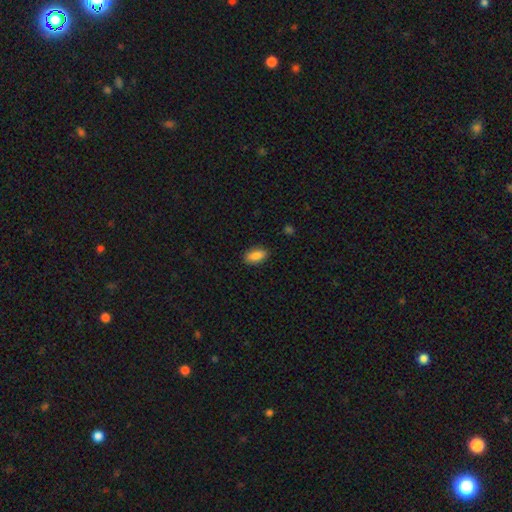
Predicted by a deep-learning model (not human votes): A smooth galaxy with no disk features (87%) that is in between round and cigar-shaped (90%). Merging: none (87%).